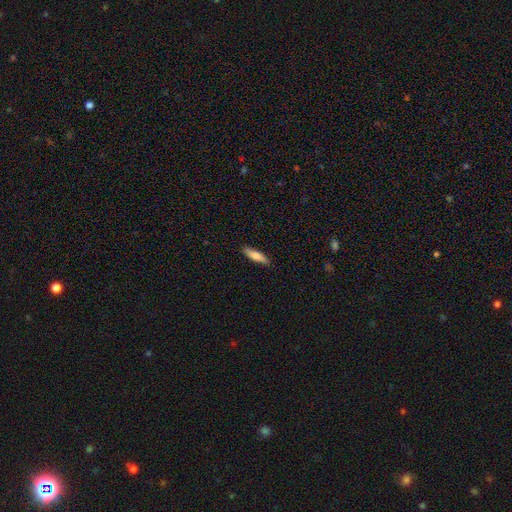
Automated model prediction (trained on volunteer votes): smooth-or-featured: smooth: 72% | featured or disk: 22% | star or artifact: 6%
  how-rounded: cigar-shaped: 71% | in between: 27% | round: 2%
  merging: none: 88% | minor disturbance: 9% | major disturbance: 2% | merger: 1%